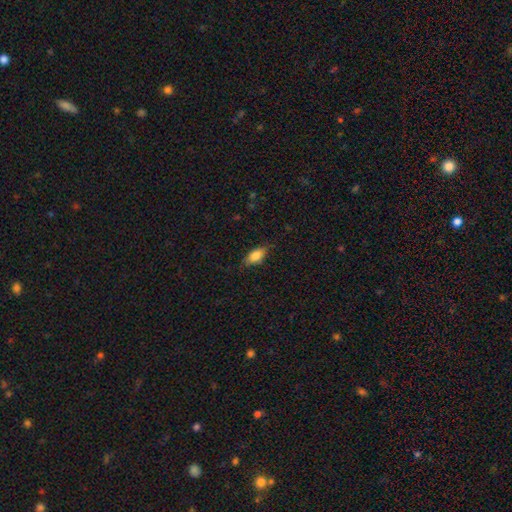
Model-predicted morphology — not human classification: Overall: smooth (79%). How rounded: in between (83%). Merging: none (79%).